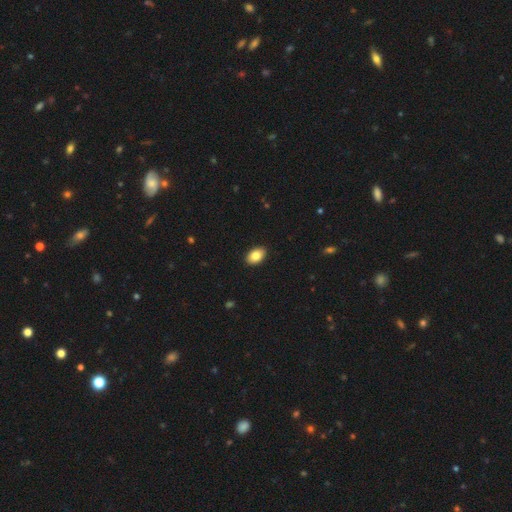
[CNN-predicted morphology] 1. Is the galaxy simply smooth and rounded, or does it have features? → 86% smooth, 7% star or artifact, 7% featured or disk.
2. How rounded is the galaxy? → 90% in between, 9% round, 1% cigar-shaped.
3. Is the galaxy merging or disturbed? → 90% none, 7% minor disturbance, 2% major disturbance, 1% merger.